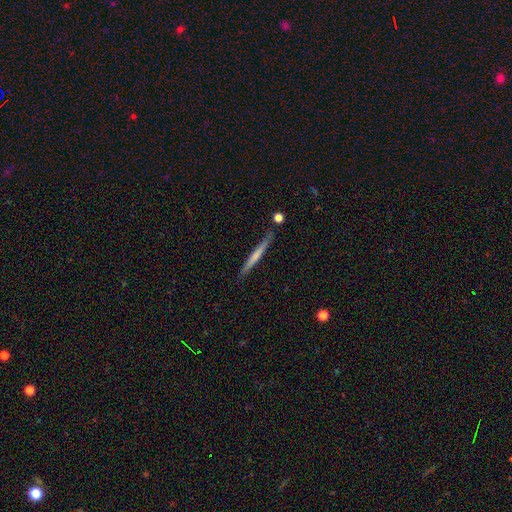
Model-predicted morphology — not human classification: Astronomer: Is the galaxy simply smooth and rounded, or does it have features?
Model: smooth — 53% (runner-up: featured or disk, 41%).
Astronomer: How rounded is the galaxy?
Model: cigar-shaped — 96%.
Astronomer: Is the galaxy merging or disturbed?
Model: none — 83%.